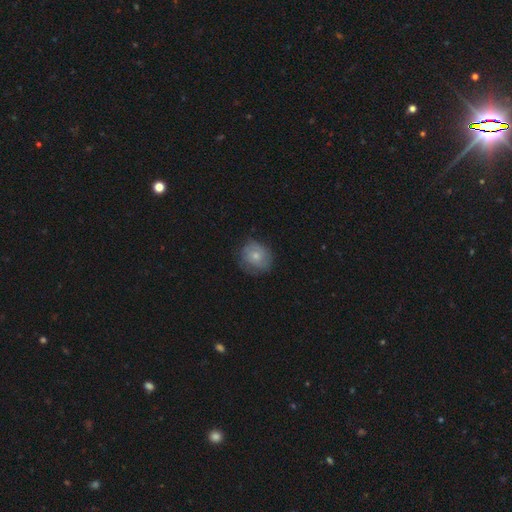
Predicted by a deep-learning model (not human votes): The model was most divided on "smooth or featured": smooth: 61%, featured or disk: 32%, star or artifact: 7%. More confident: how rounded — round (75%); merging — none (67%).